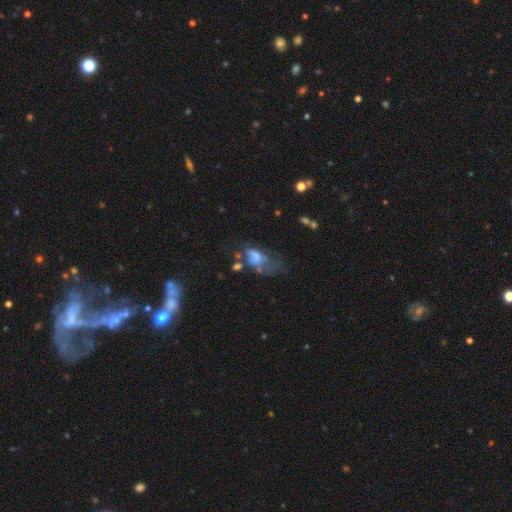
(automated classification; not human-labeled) Smooth or featured: smooth — 42% (featured or disk — 40%)
Merging: major disturbance — 43% (none — 23%)